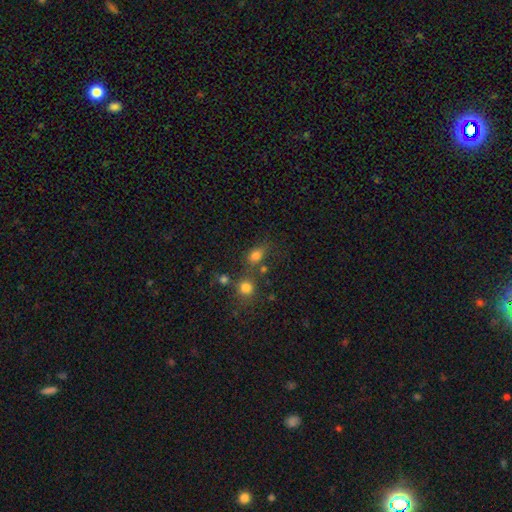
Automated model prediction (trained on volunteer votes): smooth-or-featured: smooth: 77% | star or artifact: 15% | featured or disk: 8%
  how-rounded: in between: 63% | round: 34% | cigar-shaped: 3%
  merging: none: 58% | minor disturbance: 17% | merger: 16% | major disturbance: 8%